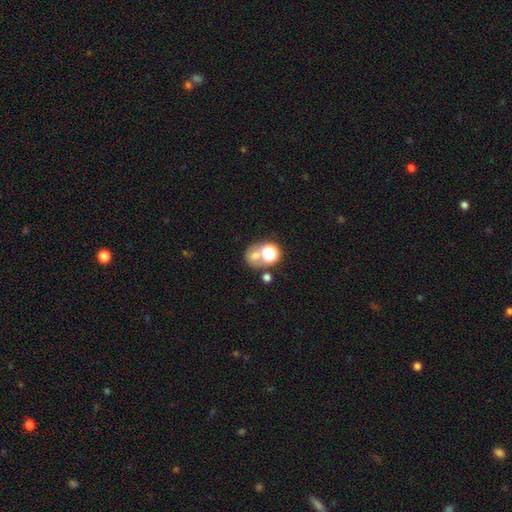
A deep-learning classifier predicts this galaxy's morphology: smooth_or_featured: smooth (p=0.58) [alt: star or artifact p=0.24]
how_rounded: round (p=0.68) [alt: in between p=0.31]
merging: none (p=0.41) [tied with: merger p=0.41]